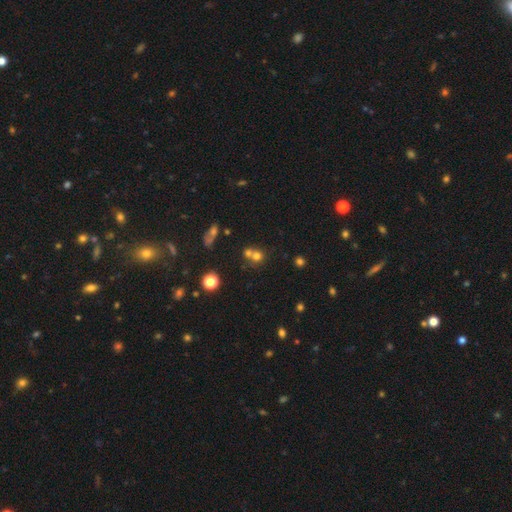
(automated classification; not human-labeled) smooth_or_featured: smooth (p=0.66) [alt: star or artifact p=0.20]
how_rounded: round (p=0.83) [alt: in between p=0.15]
merging: merger (p=0.49) [alt: none p=0.41]